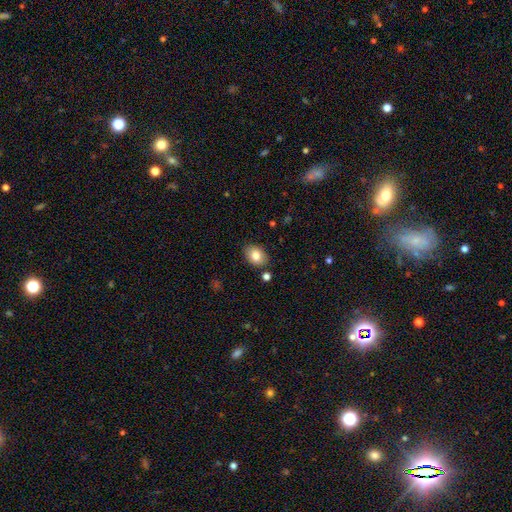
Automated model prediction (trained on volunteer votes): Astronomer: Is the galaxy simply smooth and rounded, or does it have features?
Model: smooth — 82%.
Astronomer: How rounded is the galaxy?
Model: in between — 71%.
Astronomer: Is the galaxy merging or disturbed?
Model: none — 85%.